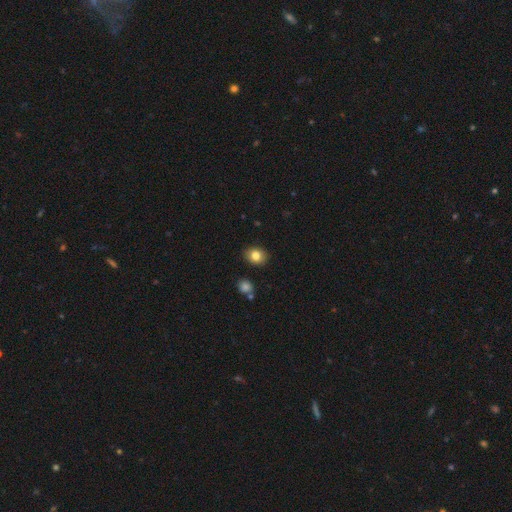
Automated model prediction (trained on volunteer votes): A smooth galaxy with no disk features (82%) that is round (50%). Merging: none (87%).